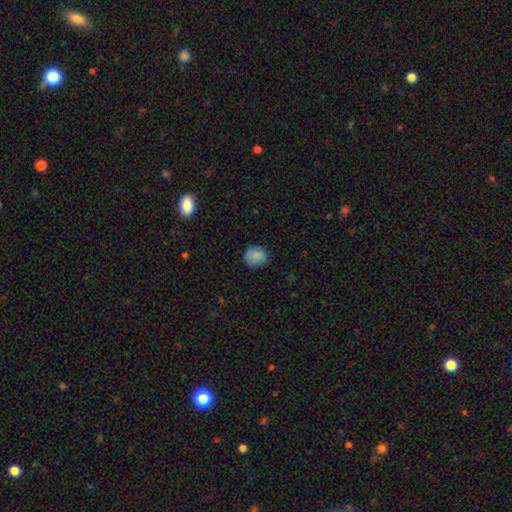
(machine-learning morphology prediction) A smooth galaxy with no disk features (82%) that is round (70%). Merging: none (79%).